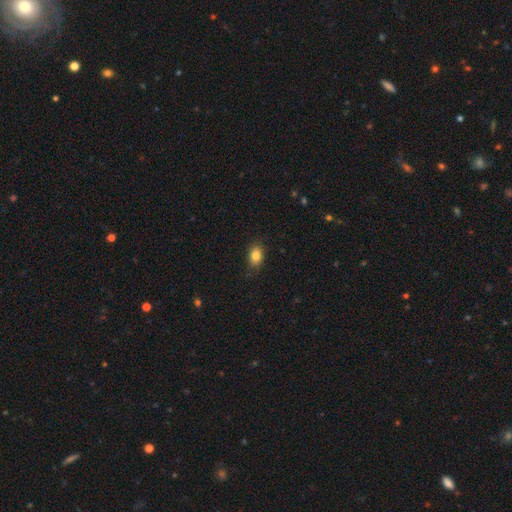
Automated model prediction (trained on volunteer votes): smooth_or_featured: smooth (p=0.84) [alt: star or artifact p=0.09]
how_rounded: in between (p=0.75) [alt: round p=0.24]
merging: none (p=0.82) [alt: minor disturbance p=0.14]